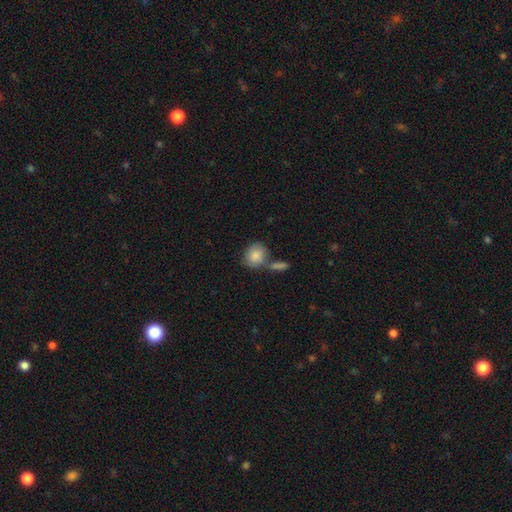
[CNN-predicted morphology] smooth_or_featured: smooth (p=0.85) [alt: featured or disk p=0.09]
how_rounded: round (p=0.59) [alt: in between p=0.40]
merging: none (p=0.52) [alt: merger p=0.29]